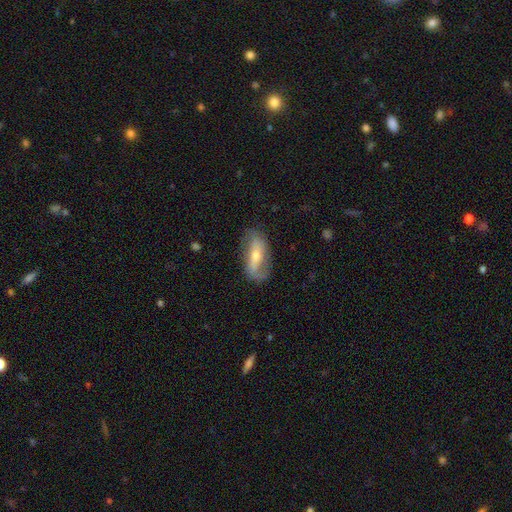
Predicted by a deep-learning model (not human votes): Morphology: type=featured or disk (65%); edge-on=no (84%); bar=strong (43%); spiral arms=yes (77%); bulge=moderate (50%); merging=none (71%).